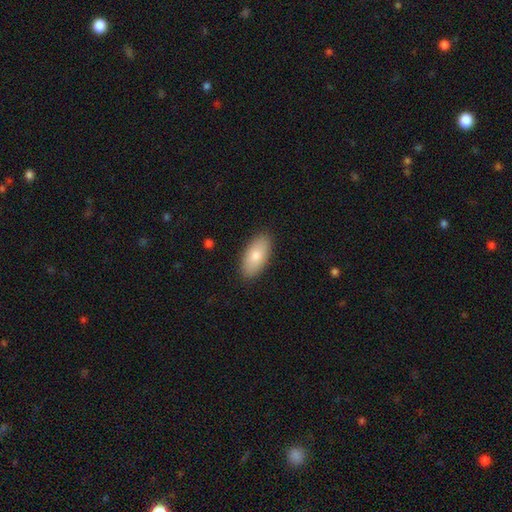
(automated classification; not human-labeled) A smooth galaxy with no disk features (81%) that is in between round and cigar-shaped (92%). Merging: none (88%).